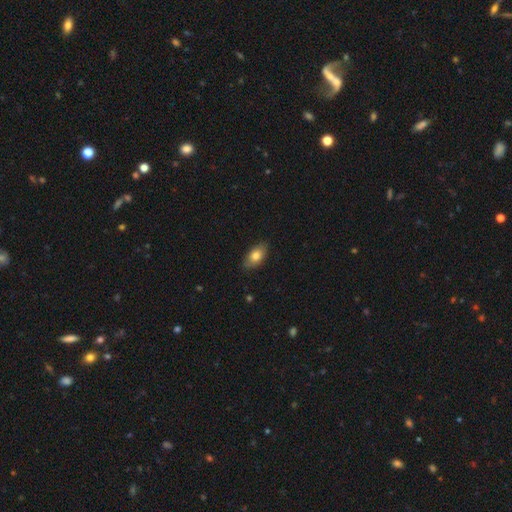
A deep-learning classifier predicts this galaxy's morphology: The model was most divided on "smooth or featured": smooth: 78%, featured or disk: 15%, star or artifact: 7%. More confident: how rounded — in between (91%); merging — none (84%).